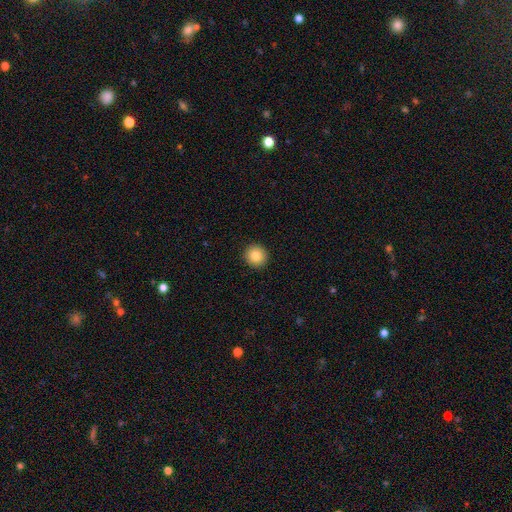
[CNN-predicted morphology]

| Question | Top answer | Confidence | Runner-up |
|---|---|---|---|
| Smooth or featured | smooth | 86% | star or artifact (9%) |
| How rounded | round | 94% | in between (5%) |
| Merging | none | 93% | minor disturbance (4%) |